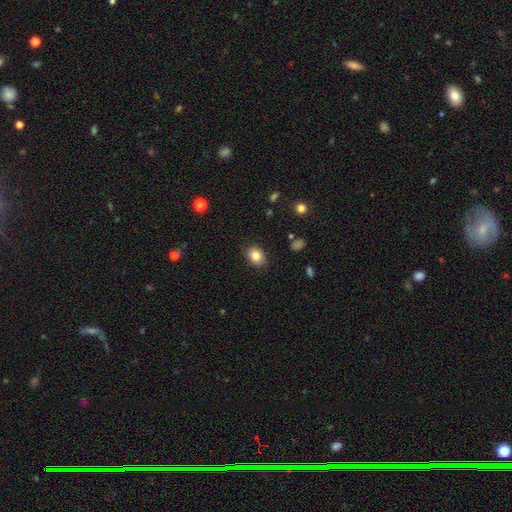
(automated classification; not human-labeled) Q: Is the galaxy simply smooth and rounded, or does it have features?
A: smooth — 84%.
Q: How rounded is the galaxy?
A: in between — 59%.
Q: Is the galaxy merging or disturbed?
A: none — 87%.